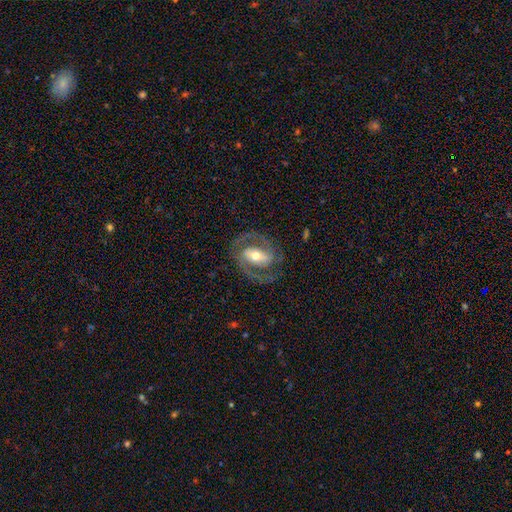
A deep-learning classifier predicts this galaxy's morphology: This is clearly a featured or disk galaxy (87%). It is clearly not viewed edge-on (96%). Bar: possibly strong (47%). Spiral arm pattern: clearly yes (94%). Spiral arm count: clearly 2 (91%). Spiral winding: possibly medium (56%). Central bulge: likely moderate (64%). Merging: likely none (78%).